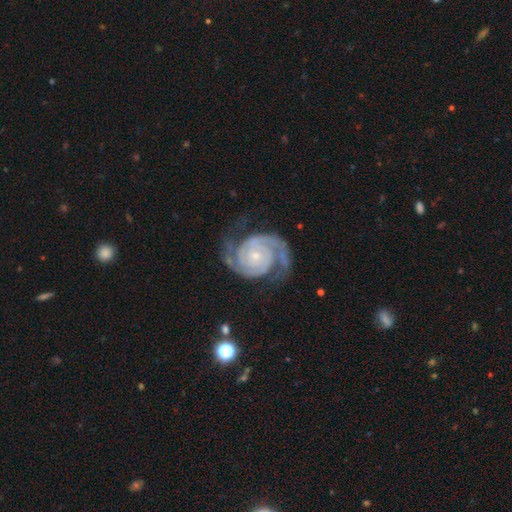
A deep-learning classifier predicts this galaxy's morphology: The model was most divided on "spiral winding": tight: 60%, medium: 34%, loose: 5%. More confident: spiral arms — yes (99%); edge-on disk — no (98%); smooth or featured — featured or disk (93%); spiral arm count — 2 (89%); merging — none (75%); bulge size — small (74%); bar — no (73%).